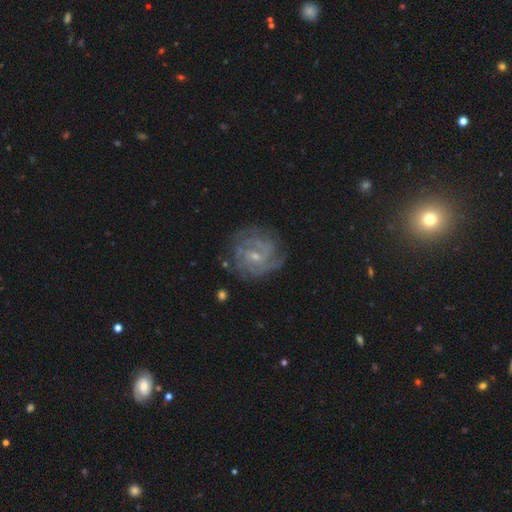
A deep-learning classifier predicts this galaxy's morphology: Smooth or featured?
  - featured or disk: 85% *
  - smooth: 9%
  - star or artifact: 6%
Edge-on disk?
  - no: 98% *
  - yes: 2%
Bar?
  - no: 45% * (tied)
  - weak: 45% * (tied)
  - strong: 9%
Spiral arms?
  - yes: 95% *
  - no: 5%
Spiral winding?
  - tight: 61% *
  - medium: 32%
  - loose: 7%
Spiral arm count?
  - can't tell: 28% *
  - 3: 25%
  - 2: 21%
  - 4: 14%
  - more than 4: 6%
  - 1: 6%
Bulge size?
  - small: 73% *
  - moderate: 22%
  - none: 3%
  - large: 1%
  - dominant: 1%
Merging?
  - none: 74% *
  - minor disturbance: 17%
  - major disturbance: 7%
  - merger: 2%